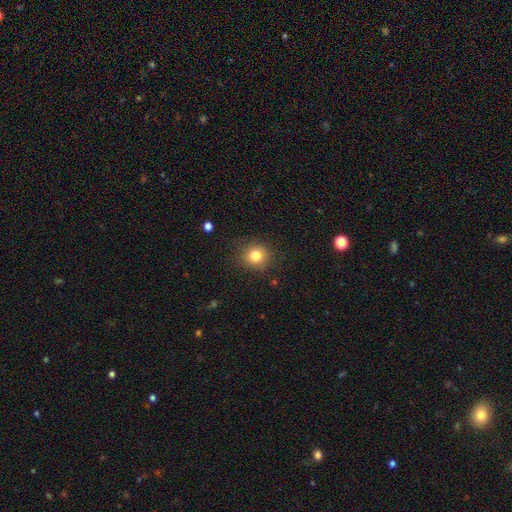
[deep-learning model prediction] Smooth or featured? Predicted: smooth (p=0.81). How rounded? Predicted: round (p=0.88). Merging? Predicted: none (p=0.88).